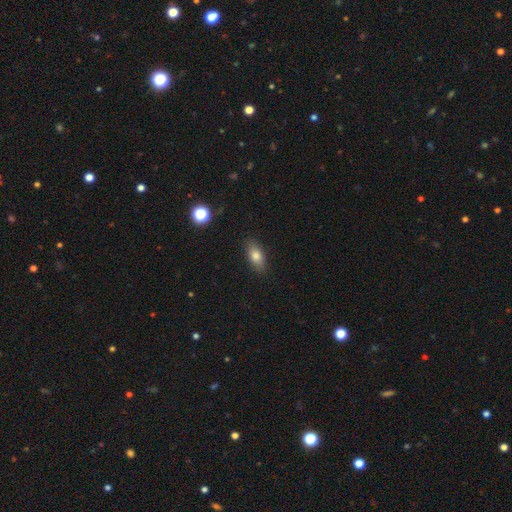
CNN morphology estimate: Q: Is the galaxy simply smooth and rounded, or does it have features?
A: smooth — 79%.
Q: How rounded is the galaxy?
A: in between — 84%.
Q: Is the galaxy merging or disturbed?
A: none — 87%.